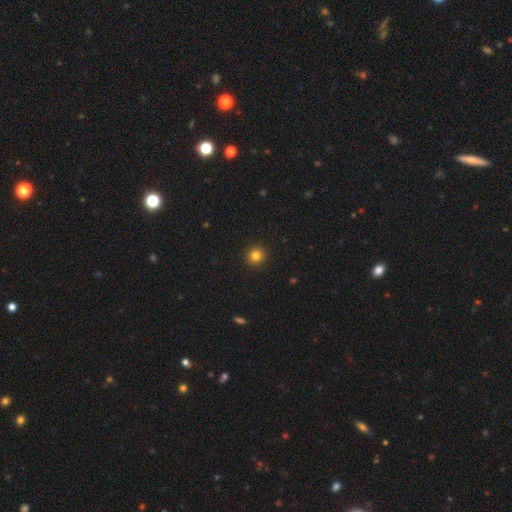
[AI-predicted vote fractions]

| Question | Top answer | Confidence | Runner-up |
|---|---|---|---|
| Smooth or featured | smooth | 82% | star or artifact (13%) |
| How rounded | round | 94% | in between (5%) |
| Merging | none | 93% | minor disturbance (4%) |